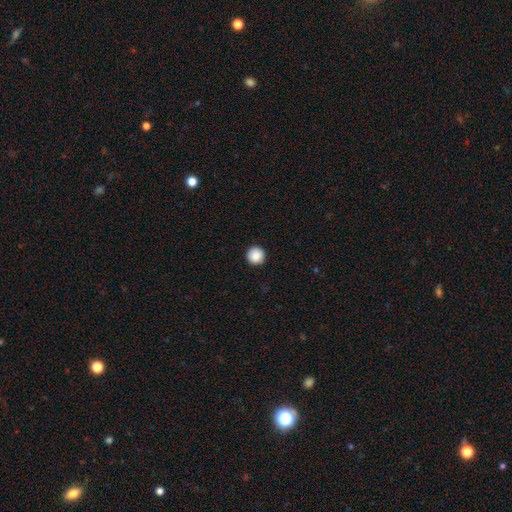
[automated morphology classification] This is clearly a smooth galaxy (89%). How rounded: clearly round (96%). Merging: clearly none (93%).